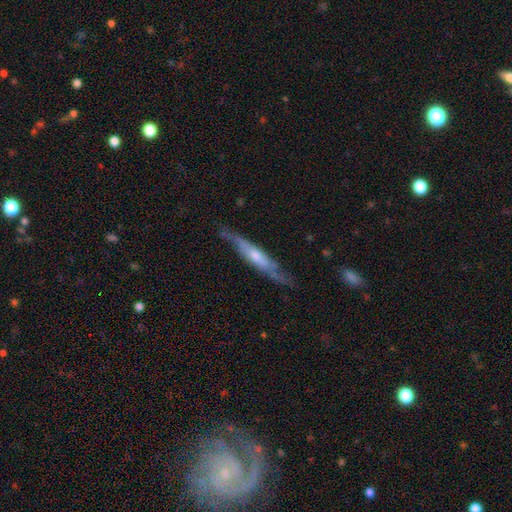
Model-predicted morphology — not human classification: smooth-or-featured: featured or disk: 67% | smooth: 28% | star or artifact: 6%
  disk-edge-on: yes: 72% | no: 28%
  merging: none: 71% | minor disturbance: 21% | major disturbance: 6% | merger: 2%